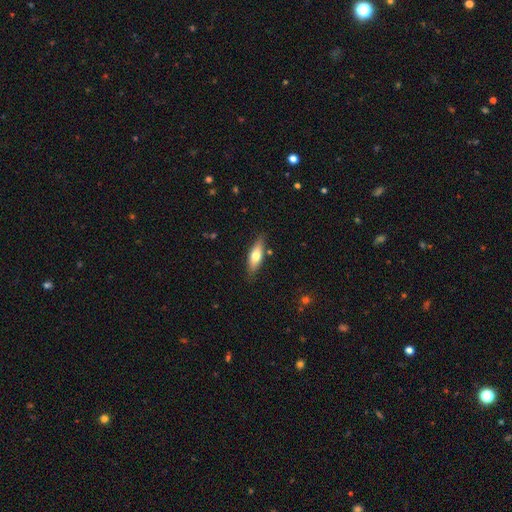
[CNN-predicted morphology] type=smooth (62%); roundness=in between (54%); merging=none (83%).